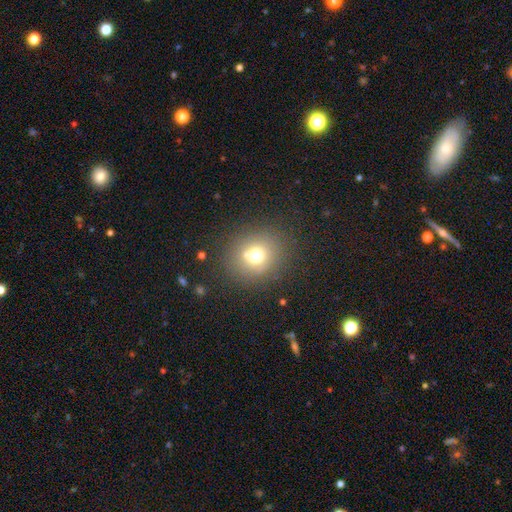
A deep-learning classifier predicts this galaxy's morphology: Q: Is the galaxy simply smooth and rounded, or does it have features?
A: smooth — 68%.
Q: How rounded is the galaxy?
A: round — 80%.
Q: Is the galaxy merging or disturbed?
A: none — 73%.